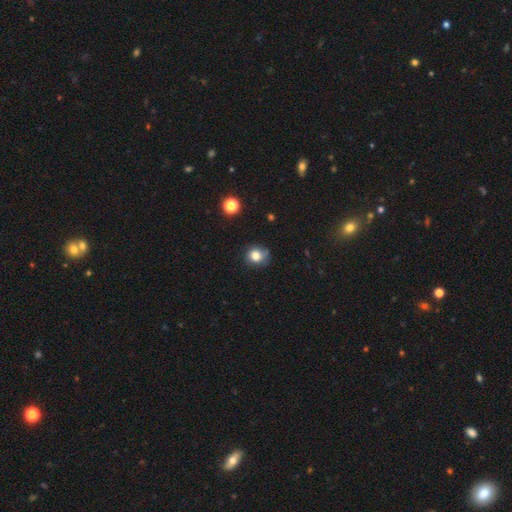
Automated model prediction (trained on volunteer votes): A smooth galaxy with no disk features (78%) that is round (77%). Merging: none (70%).